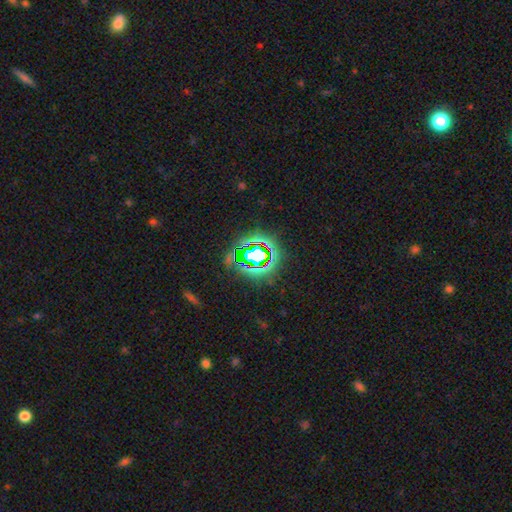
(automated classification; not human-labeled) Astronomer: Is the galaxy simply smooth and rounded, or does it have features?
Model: star or artifact — 68%.